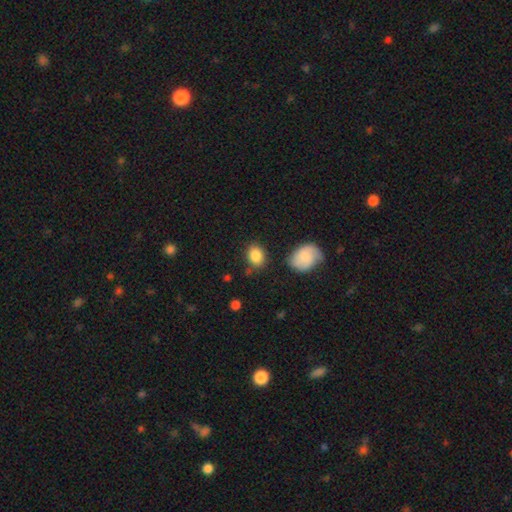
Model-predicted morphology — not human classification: This is clearly a smooth galaxy (86%). How rounded: likely in between (64%). Merging: likely none (75%).